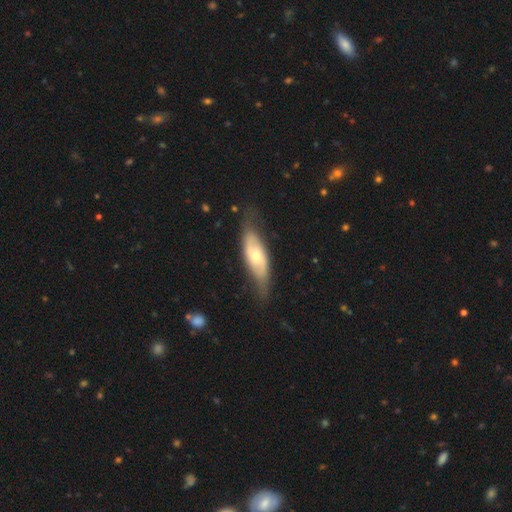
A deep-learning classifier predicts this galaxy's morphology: featured or disk 51%, smooth 43%, star or artifact 6%. Down the decision tree: edge-on disk — no (72%); merging — none (63%).